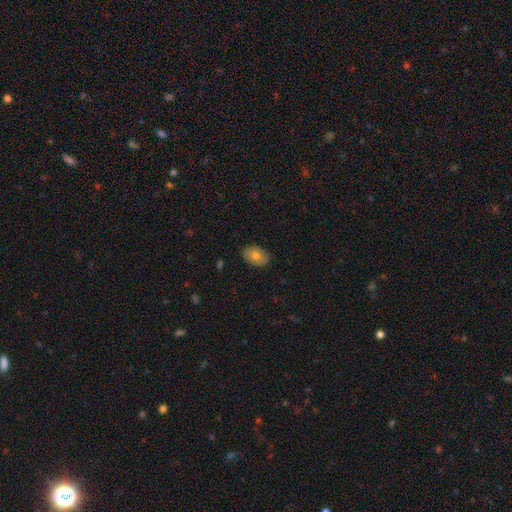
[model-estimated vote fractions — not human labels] smooth-or-featured: smooth: 69% | featured or disk: 24% | star or artifact: 7%
  how-rounded: in between: 81% | round: 18% | cigar-shaped: 1%
  merging: none: 87% | minor disturbance: 10% | major disturbance: 2% | merger: 1%